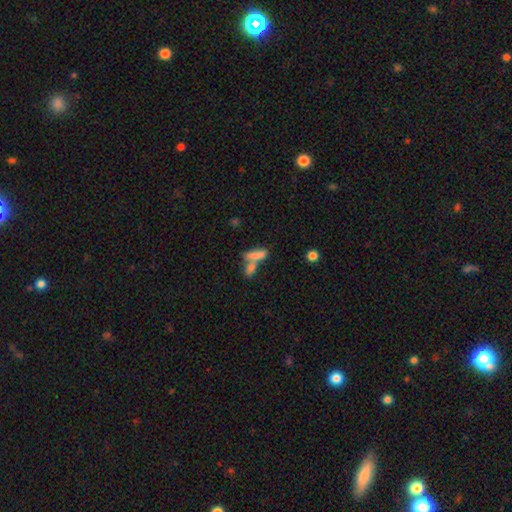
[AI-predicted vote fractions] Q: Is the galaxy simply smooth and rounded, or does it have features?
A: smooth — 75%.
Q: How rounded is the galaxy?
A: cigar-shaped — 50%.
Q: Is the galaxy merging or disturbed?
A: merger — 54%.